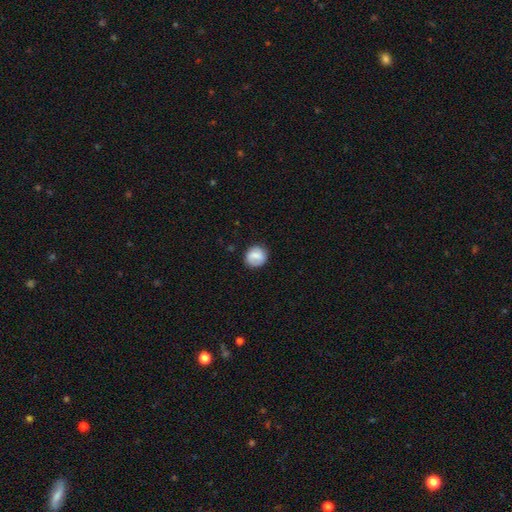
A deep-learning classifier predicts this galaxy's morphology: This is likely a smooth galaxy (74%). How rounded: clearly round (85%). Merging: clearly none (81%).